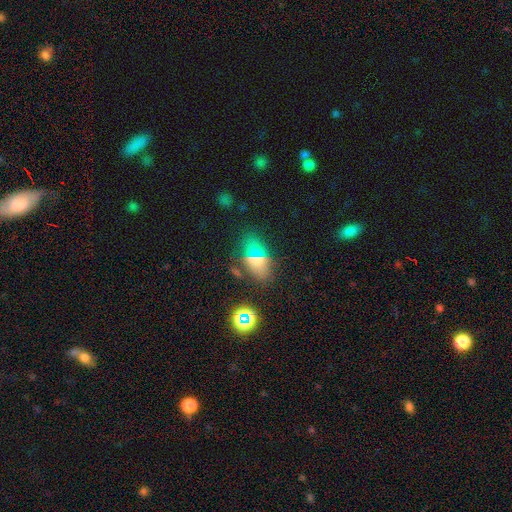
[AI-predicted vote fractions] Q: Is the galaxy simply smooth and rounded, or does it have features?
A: smooth — 60%.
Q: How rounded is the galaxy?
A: in between — 87%.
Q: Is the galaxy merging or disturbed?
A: none — 78%.